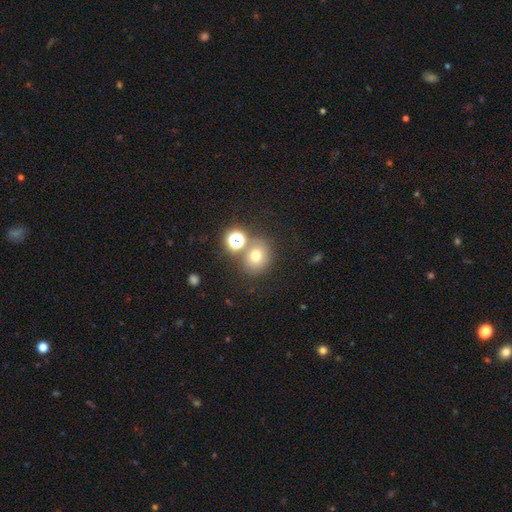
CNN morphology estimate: The model was most divided on "smooth or featured": smooth: 68%, star or artifact: 21%, featured or disk: 12%. More confident: how rounded — round (77%); merging — none (68%).